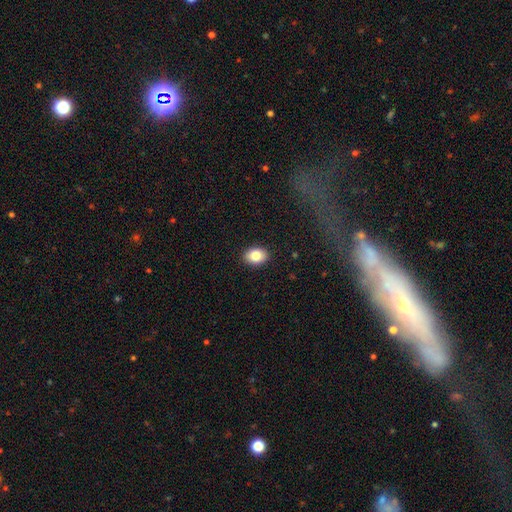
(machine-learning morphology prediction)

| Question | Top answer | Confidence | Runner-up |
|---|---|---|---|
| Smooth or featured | smooth | 84% | star or artifact (8%) |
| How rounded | in between | 74% | round (25%) |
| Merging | none | 90% | minor disturbance (7%) |